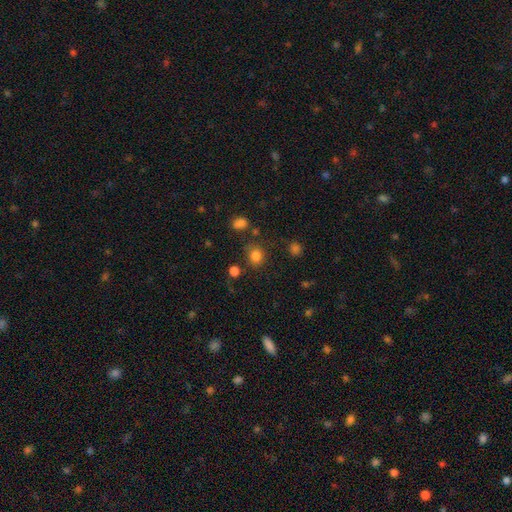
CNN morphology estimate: Smooth or featured? Predicted: smooth (p=0.81). How rounded? Predicted: round (p=0.75). Merging? Predicted: none (p=0.77).